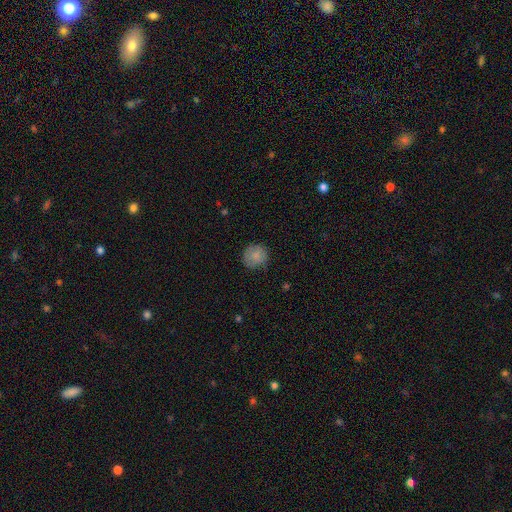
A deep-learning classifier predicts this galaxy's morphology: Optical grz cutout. It shows a smooth galaxy with no disk features (83%) that is round (91%). Merging: none (81%).